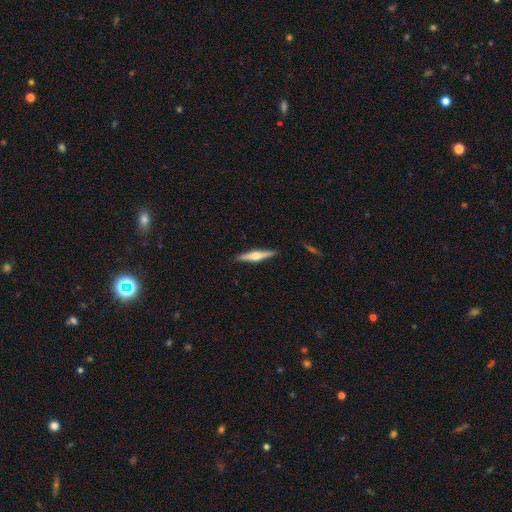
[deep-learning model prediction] The model was most divided on "smooth or featured": featured or disk: 60%, smooth: 35%, star or artifact: 5%. More confident: edge-on disk — yes (97%); merging — none (91%); edge-on bulge — rounded (89%).